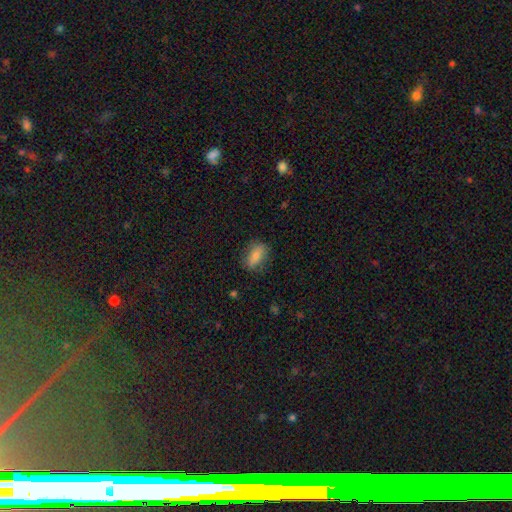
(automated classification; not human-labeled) Smooth or featured? smooth (71%)
How rounded? in between (79%)
Merging? none (81%)